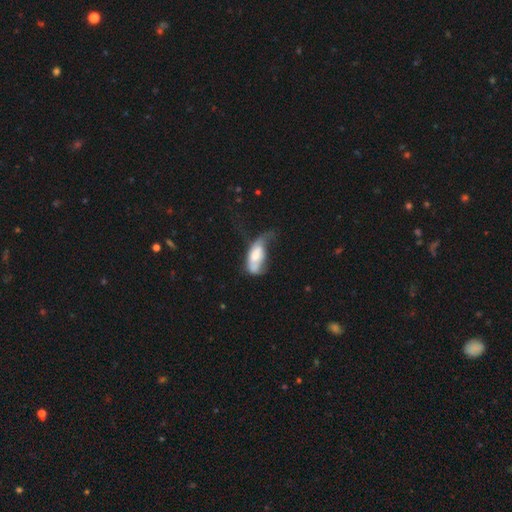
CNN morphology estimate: Smooth or featured? smooth (57%)
How rounded? in between (83%)
Merging? major disturbance (49%)